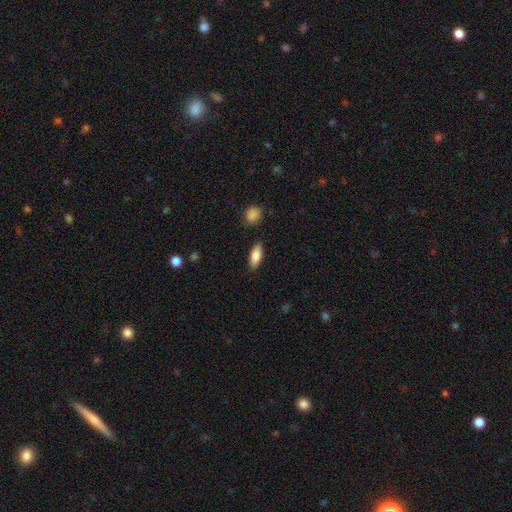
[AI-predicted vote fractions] smooth 84%, featured or disk 9%, star or artifact 7%. Down the decision tree: how rounded — in between (82%); merging — none (85%).